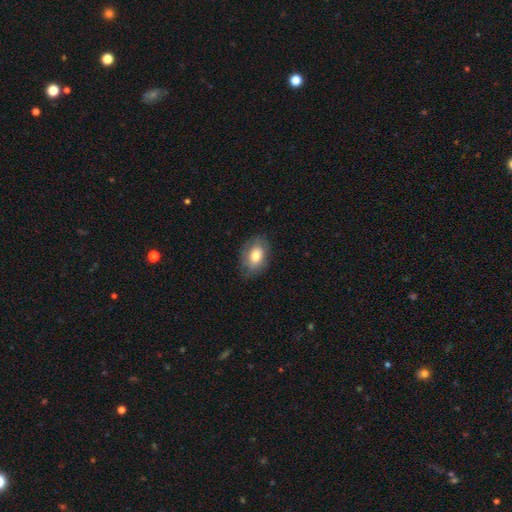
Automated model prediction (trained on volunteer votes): This appears to be a smooth galaxy with no disk features (70%) that is in between round and cigar-shaped (83%). Merging: none (73%).